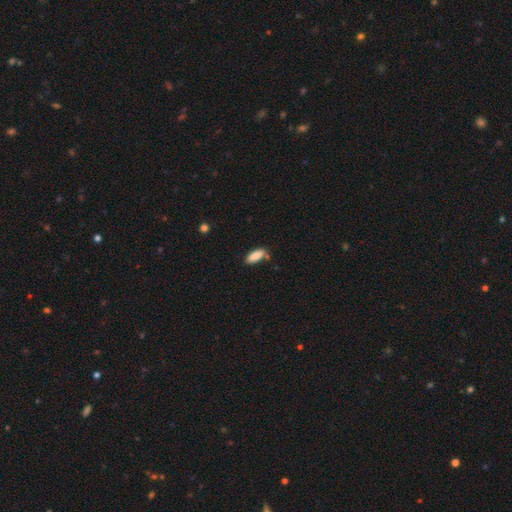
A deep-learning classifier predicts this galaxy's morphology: Overall: smooth (87%). How rounded: in between (77%). Merging: none (68%).